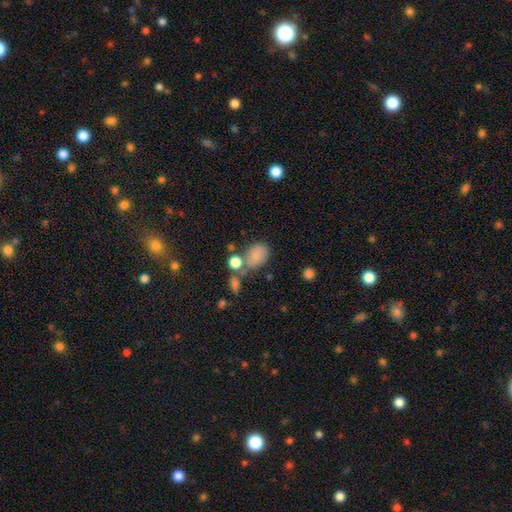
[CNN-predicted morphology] Smooth or featured: smooth — 77% (featured or disk — 12%)
How rounded: in between — 71% (round — 28%)
Merging: none — 49% (merger — 24%)